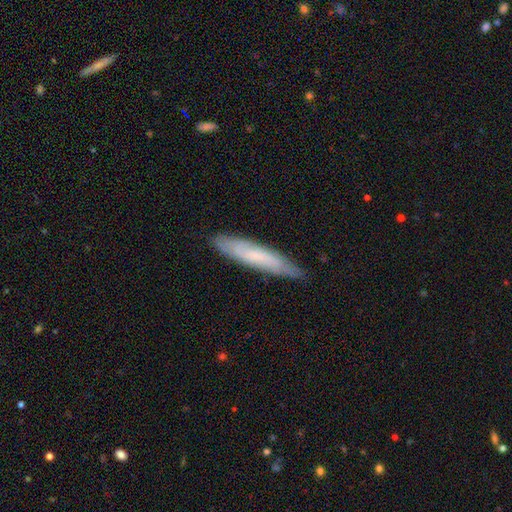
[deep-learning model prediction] The model was most divided on "smooth or featured": smooth: 53%, featured or disk: 39%, star or artifact: 7%. More confident: how rounded — cigar-shaped (85%); merging — none (81%).